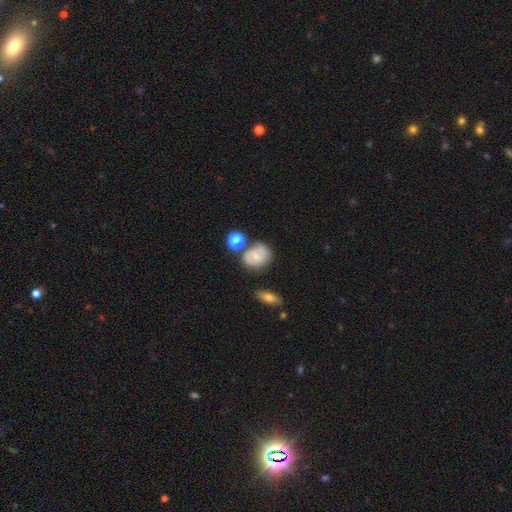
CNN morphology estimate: The model was most divided on "how rounded": round: 57%, in between: 42%, cigar-shaped: 1%. More confident: merging — none (60%); smooth or featured — smooth (55%).